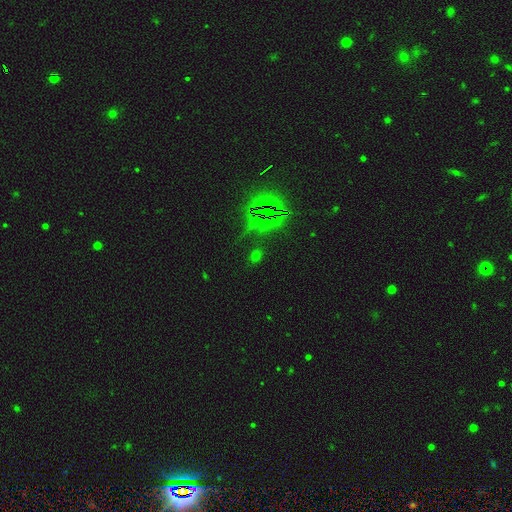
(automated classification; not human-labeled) Q: Smooth or featured?
A: star or artifact (61%); runner-up: smooth (31%)